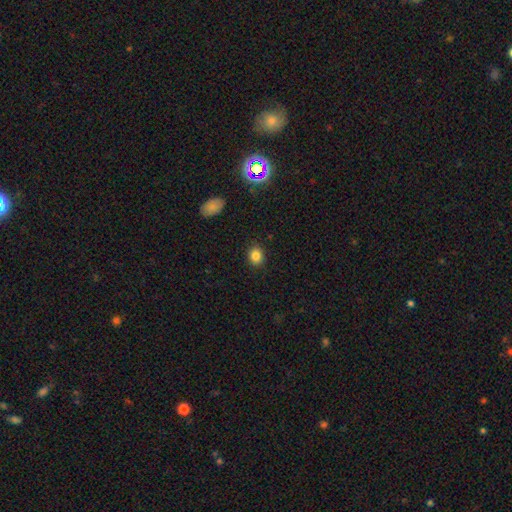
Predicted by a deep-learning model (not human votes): A smooth galaxy with no disk features (84%) that is round (69%).

Vote fractions:
- Smooth or featured? smooth: 84% / star or artifact: 11% / featured or disk: 5%
- How rounded? round: 69% / in between: 30% / cigar-shaped: 1%
- Merging? none: 89% / minor disturbance: 8% / major disturbance: 2% / merger: 1%